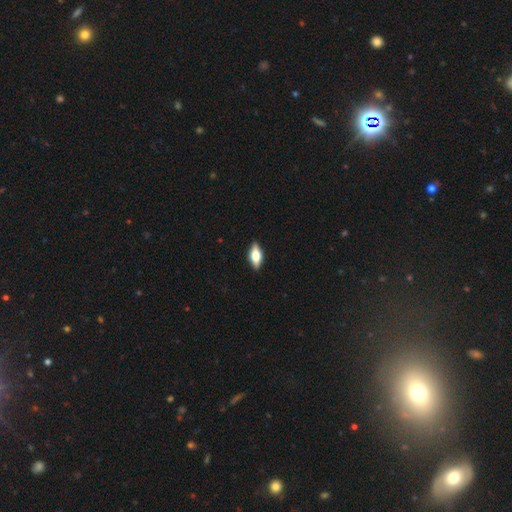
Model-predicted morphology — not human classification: Smooth or featured? Predicted: smooth (p=0.51). How rounded? Predicted: in between (p=0.76). Merging? Predicted: none (p=0.88).